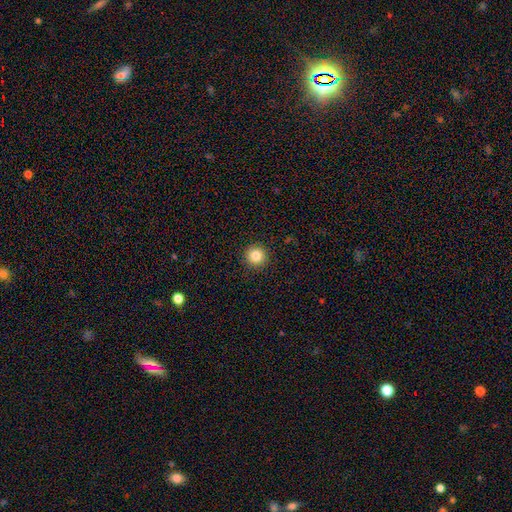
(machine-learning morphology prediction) Smooth or featured: smooth — 84% (star or artifact — 11%)
How rounded: round — 96% (in between — 3%)
Merging: none — 93% (minor disturbance — 5%)